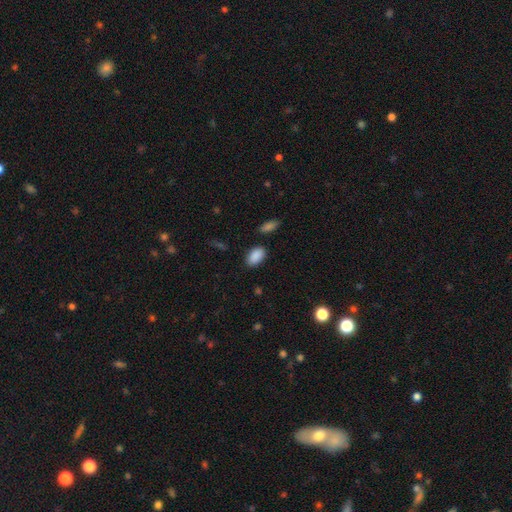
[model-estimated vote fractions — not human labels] smooth 89%, star or artifact 7%, featured or disk 3%. Down the decision tree: how rounded — in between (92%); merging — none (84%).